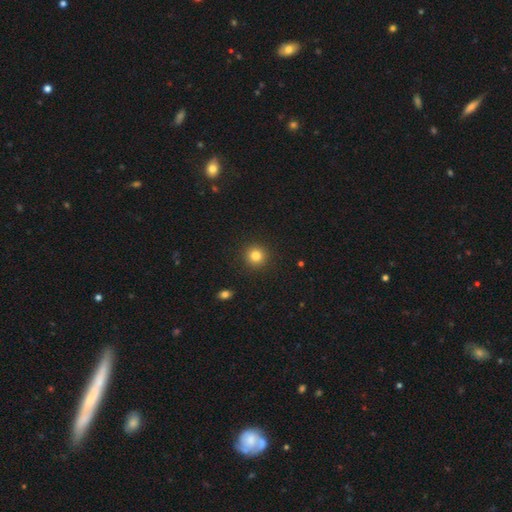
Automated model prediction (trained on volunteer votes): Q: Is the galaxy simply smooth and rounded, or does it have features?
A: smooth — 83%.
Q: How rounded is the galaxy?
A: round — 94%.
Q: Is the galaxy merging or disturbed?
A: none — 92%.